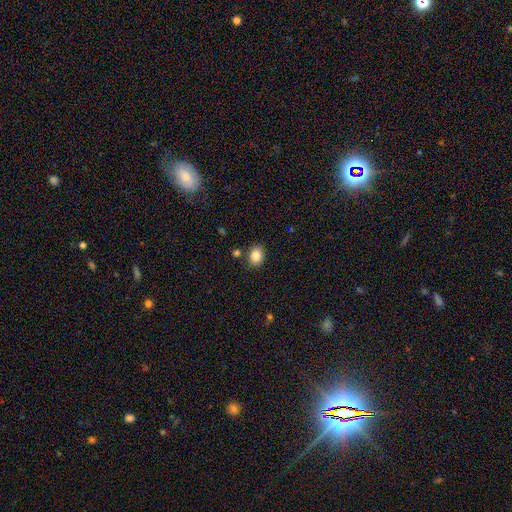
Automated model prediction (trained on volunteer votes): smooth-or-featured: smooth: 85% | star or artifact: 9% | featured or disk: 5%
  how-rounded: in between: 56% | round: 43% | cigar-shaped: 1%
  merging: none: 83% | minor disturbance: 10% | merger: 4% | major disturbance: 3%